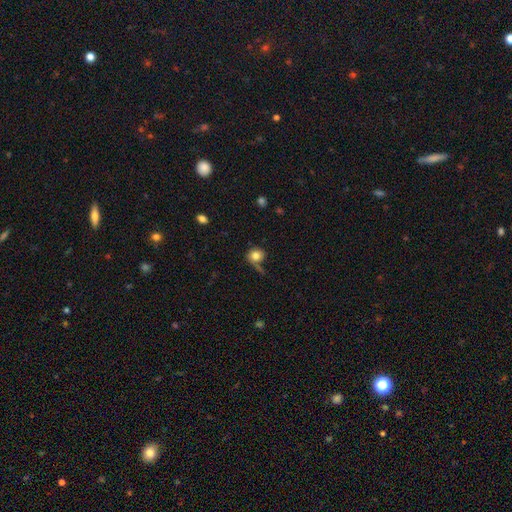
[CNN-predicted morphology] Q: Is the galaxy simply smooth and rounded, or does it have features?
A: smooth — 79%.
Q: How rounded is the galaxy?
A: round — 78%.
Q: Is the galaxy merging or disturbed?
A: none — 54%.